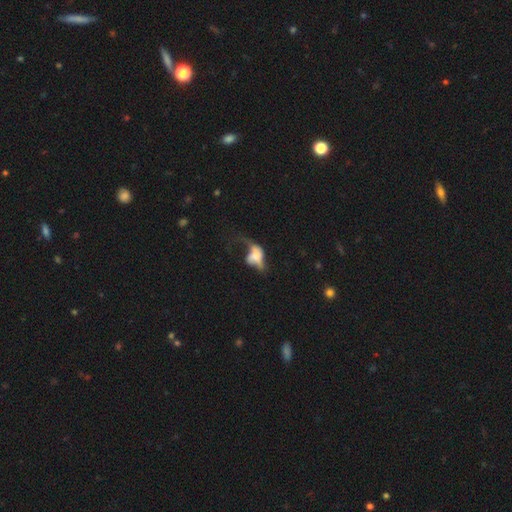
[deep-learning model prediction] The model was most divided on "smooth or featured": featured or disk: 51%, smooth: 38%, star or artifact: 10%. More confident: edge-on disk — no (76%); merging — major disturbance (50%).